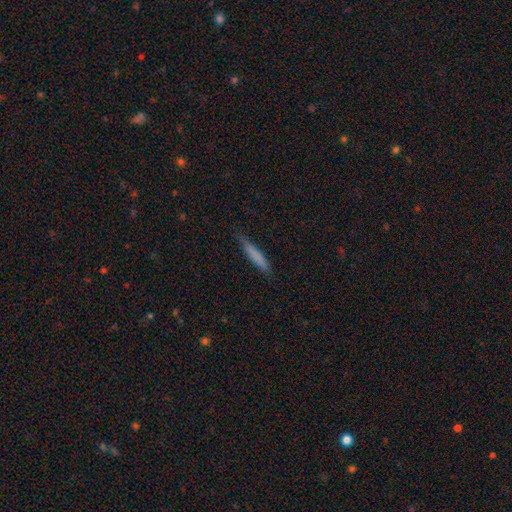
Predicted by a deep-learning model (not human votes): This is likely a smooth galaxy (76%). How rounded: clearly cigar-shaped (92%). Merging: clearly none (80%).